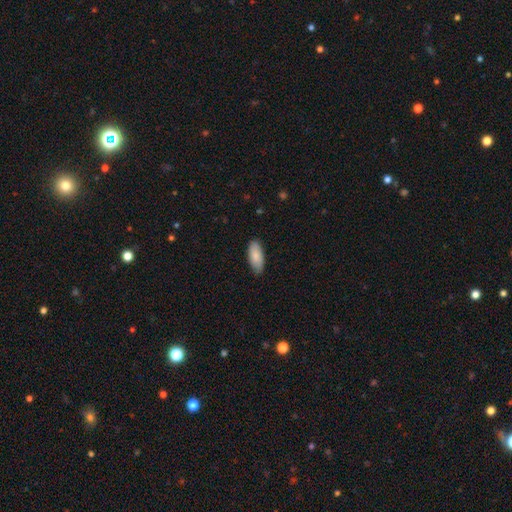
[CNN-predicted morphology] The model was most divided on "merging": none: 82%, minor disturbance: 15%, major disturbance: 2%, merger: 1%. More confident: smooth or featured — smooth (86%); how rounded — in between (86%).